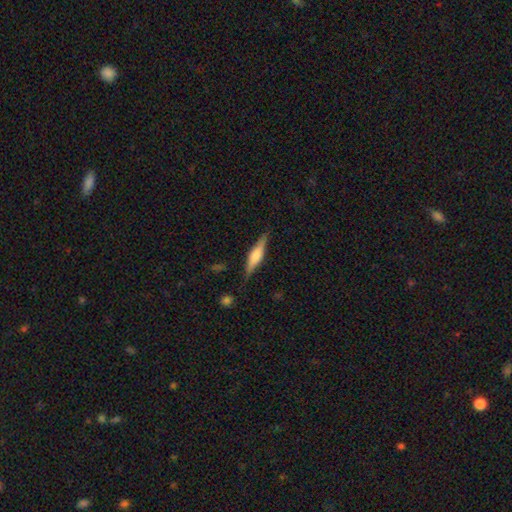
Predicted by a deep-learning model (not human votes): Q: Smooth or featured?
A: featured or disk (51%); runner-up: smooth (43%)
Q: Edge-on disk?
A: yes (95%); runner-up: no (5%)
Q: Merging?
A: none (84%); runner-up: minor disturbance (12%)